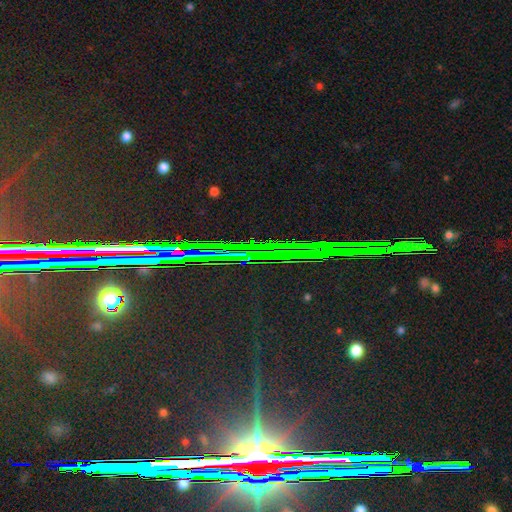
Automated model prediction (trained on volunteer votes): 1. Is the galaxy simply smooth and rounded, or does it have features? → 87% star or artifact, 7% featured or disk, 6% smooth.